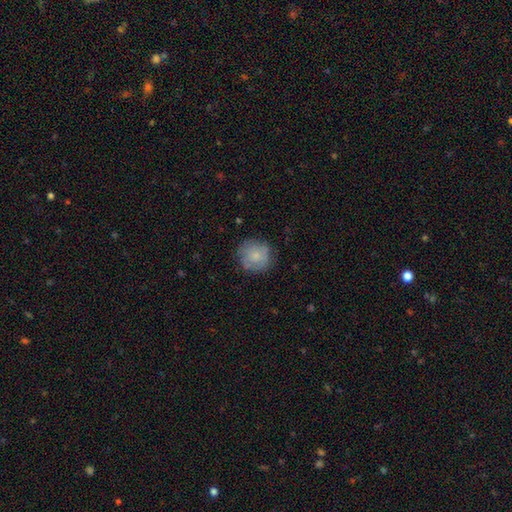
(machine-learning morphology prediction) Smooth or featured: smooth — 75% (featured or disk — 18%)
How rounded: round — 91% (in between — 8%)
Merging: none — 76% (minor disturbance — 18%)